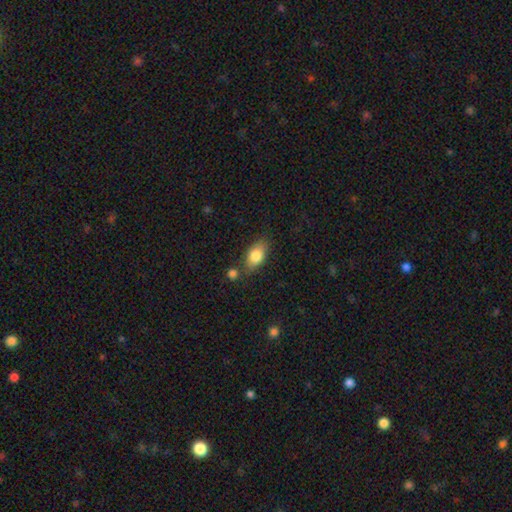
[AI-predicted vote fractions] Overall: smooth (80%). How rounded: in between (87%). Merging: none (72%).